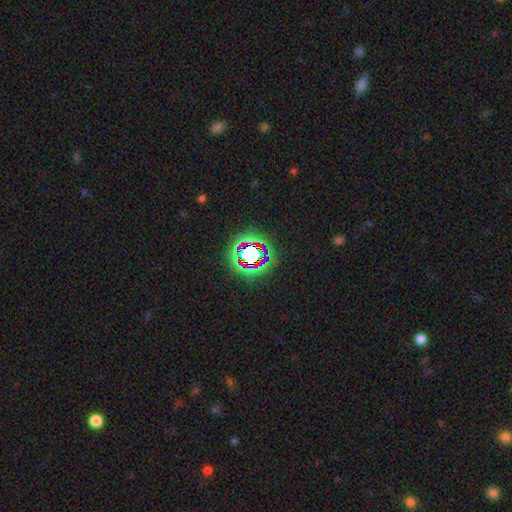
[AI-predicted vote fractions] star or artifact 72%, smooth 17%, featured or disk 11%.